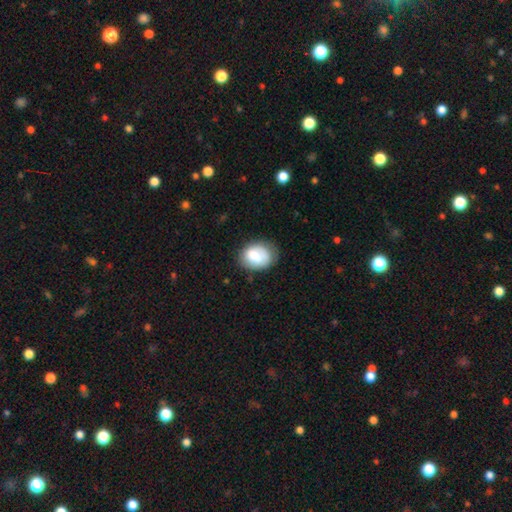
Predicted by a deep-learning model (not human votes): smooth 77%, featured or disk 16%, star or artifact 7%. Down the decision tree: how rounded — in between (59%); merging — none (63%).